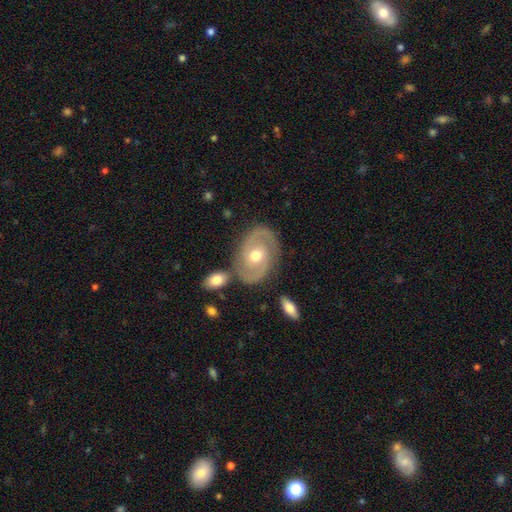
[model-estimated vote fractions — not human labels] smooth-or-featured: featured or disk: 83% | smooth: 12% | star or artifact: 5%
  disk-edge-on: no: 97% | yes: 3%
    bar: no: 57% | weak: 34% | strong: 9%
    has-spiral-arms: yes: 91% | no: 9%
      spiral-winding: medium: 47% | tight: 40% | loose: 13%
      spiral-arm-count: 2: 89% | can't tell: 5% | 3: 2% | 1: 2% | 4: 1% | more than 4: 1%
    bulge-size: moderate: 78% | small: 15% | large: 5% | dominant: 1% | none: 1%
  merging: none: 75% | minor disturbance: 14% | merger: 7% | major disturbance: 4%